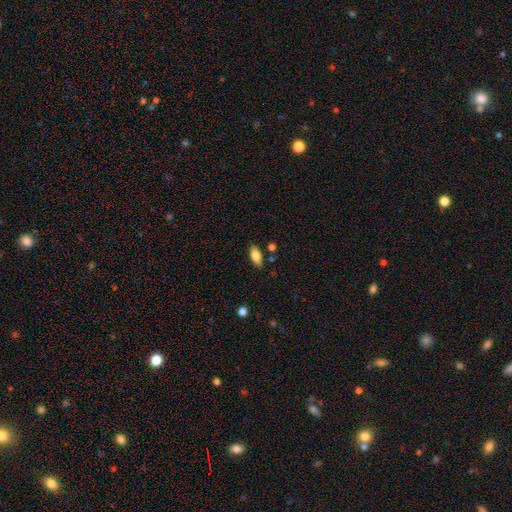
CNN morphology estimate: This is clearly a smooth galaxy (81%). How rounded: clearly in between (87%). Merging: clearly none (84%).